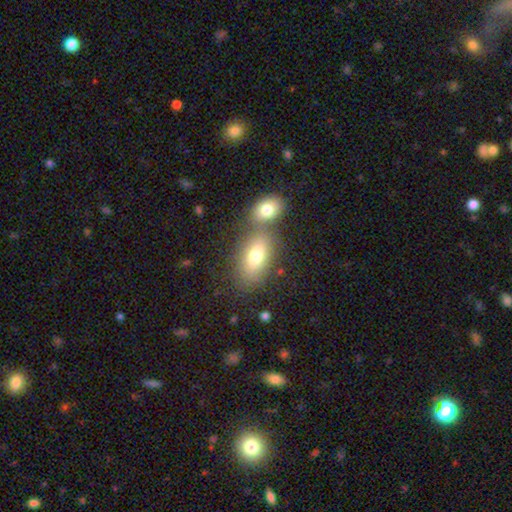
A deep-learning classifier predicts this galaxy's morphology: Smooth or featured? smooth (75%)
How rounded? in between (88%)
Merging? none (47%)